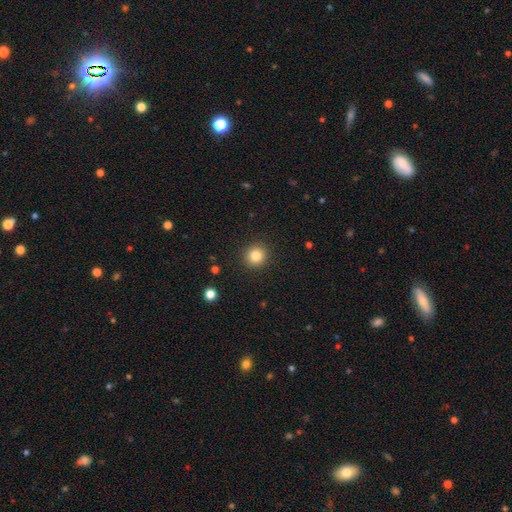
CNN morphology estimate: type=smooth (82%); roundness=round (92%); merging=none (92%).